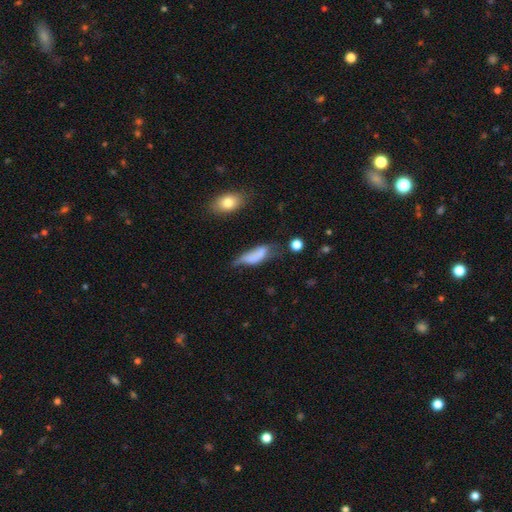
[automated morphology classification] Q: Smooth or featured?
A: smooth (66%); runner-up: featured or disk (25%)
Q: How rounded?
A: in between (75%); runner-up: cigar-shaped (21%)
Q: Merging?
A: minor disturbance (33%); runner-up: major disturbance (31%)